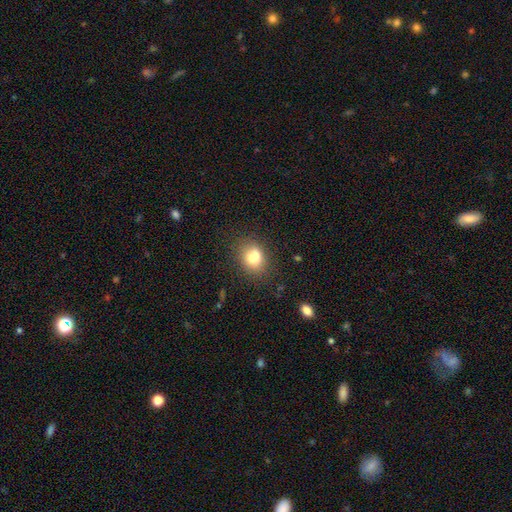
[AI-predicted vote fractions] Smooth or featured? Predicted: smooth (p=0.69). How rounded? Predicted: round (p=0.58). Merging? Predicted: none (p=0.48).